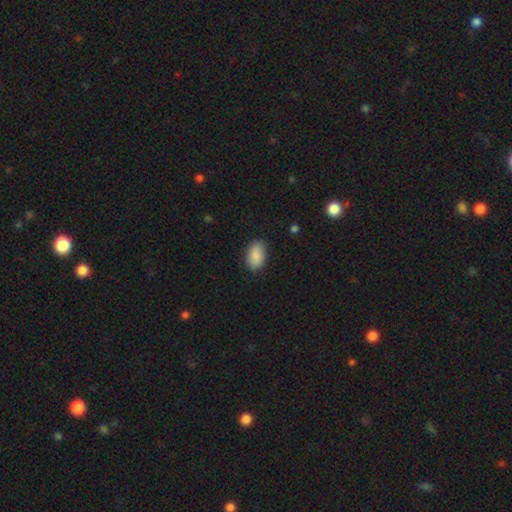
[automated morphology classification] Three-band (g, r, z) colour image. It shows a smooth galaxy with no disk features (88%) that is in between round and cigar-shaped (92%). Merging: none (81%).